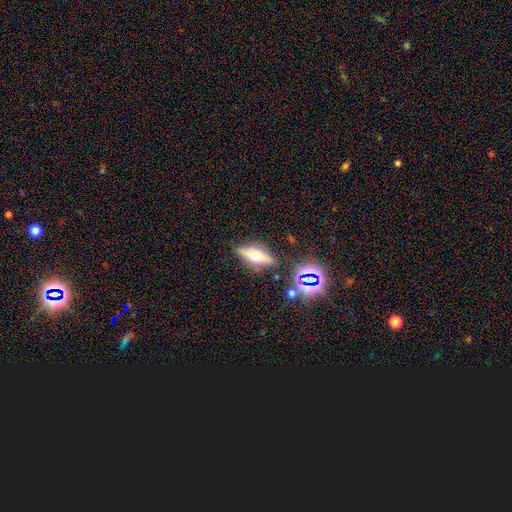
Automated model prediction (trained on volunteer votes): Morphology: type=featured or disk (52%); edge-on=yes (85%); merging=none (79%).